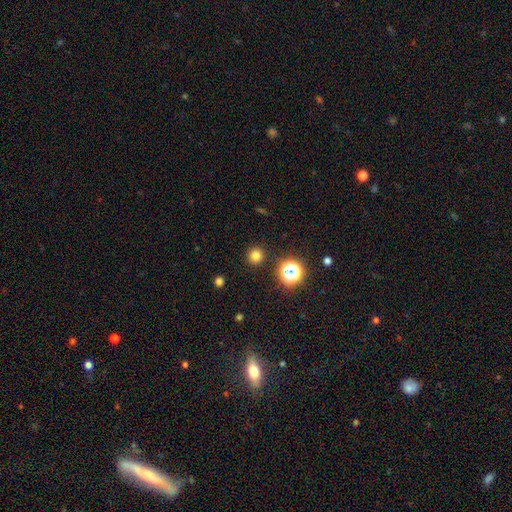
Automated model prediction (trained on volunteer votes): smooth-or-featured: smooth: 78% | star or artifact: 18% | featured or disk: 5%
  how-rounded: round: 94% | in between: 5% | cigar-shaped: 1%
  merging: none: 91% | minor disturbance: 5% | major disturbance: 2% | merger: 2%